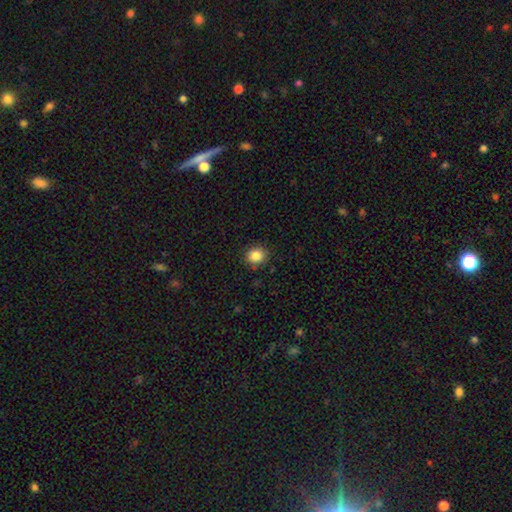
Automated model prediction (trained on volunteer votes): A smooth galaxy with no disk features (85%) that is round (79%).

Vote fractions:
- Smooth or featured? smooth: 85% / star or artifact: 10% / featured or disk: 5%
- How rounded? round: 79% / in between: 20% / cigar-shaped: 1%
- Merging? none: 88% / minor disturbance: 8% / major disturbance: 2% / merger: 1%